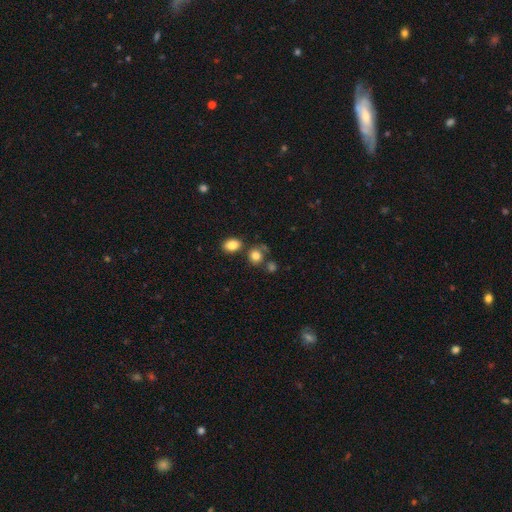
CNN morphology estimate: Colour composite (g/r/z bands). It shows a smooth galaxy with no disk features (82%) that is round (73%). Merging: none (66%).